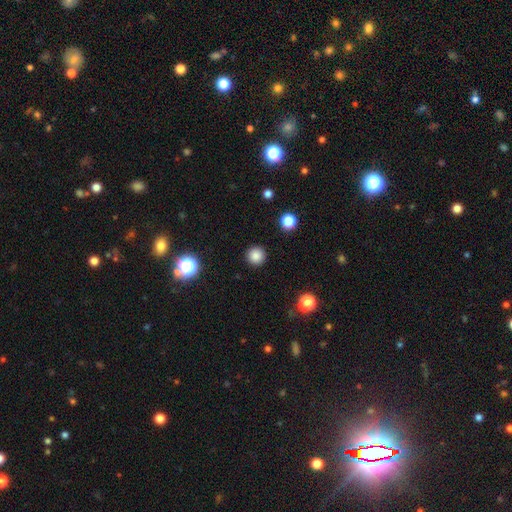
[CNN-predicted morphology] type=smooth (84%); roundness=round (96%); merging=none (92%).